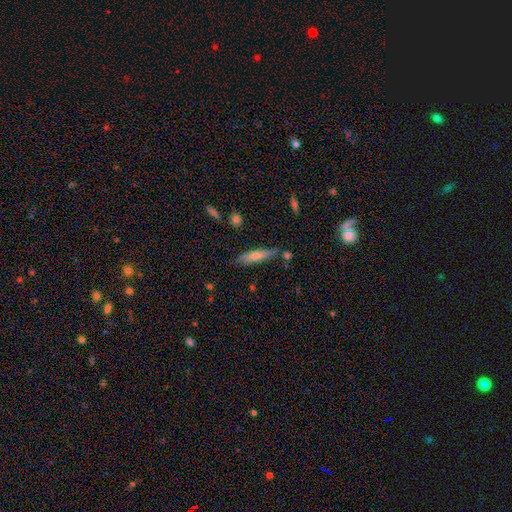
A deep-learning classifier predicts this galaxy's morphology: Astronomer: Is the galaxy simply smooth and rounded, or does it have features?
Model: smooth — 58% (runner-up: featured or disk, 35%).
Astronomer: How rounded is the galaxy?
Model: cigar-shaped — 83%.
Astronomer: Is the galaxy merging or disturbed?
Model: none — 78%.